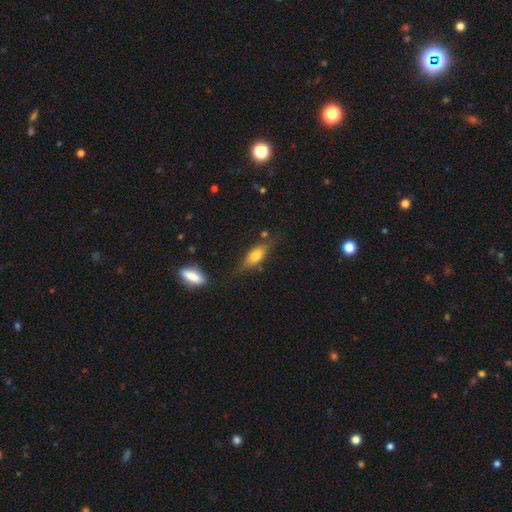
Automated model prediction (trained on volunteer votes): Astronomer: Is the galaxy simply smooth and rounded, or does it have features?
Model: smooth — 71%.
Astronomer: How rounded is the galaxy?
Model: in between — 69%.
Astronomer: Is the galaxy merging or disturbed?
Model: none — 67%.